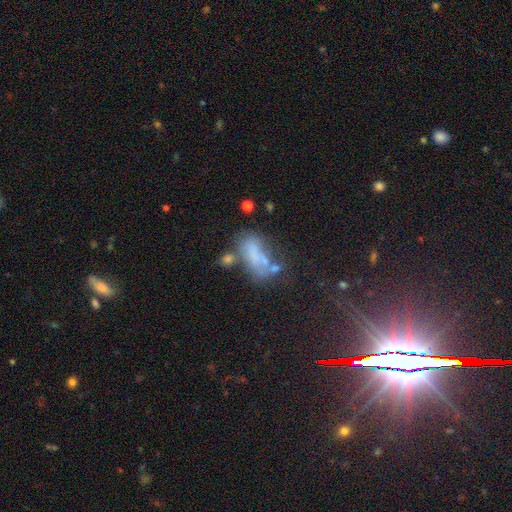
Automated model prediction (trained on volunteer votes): smooth 52%, featured or disk 32%, star or artifact 16%. Down the decision tree: how rounded — in between (82%); merging — none (28%).